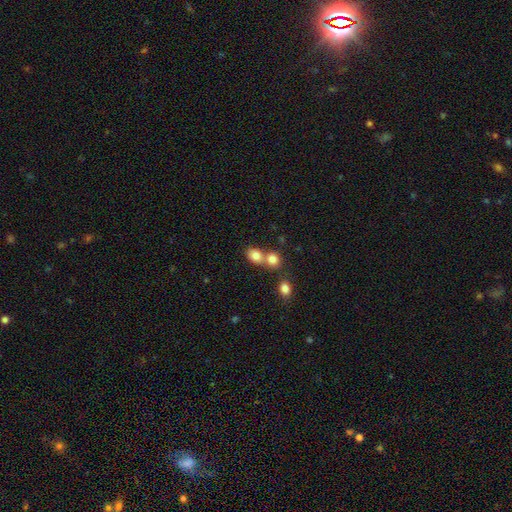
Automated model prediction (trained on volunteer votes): smooth_or_featured: smooth (p=0.81) [alt: star or artifact p=0.11]
how_rounded: in between (p=0.52) [alt: round p=0.47]
merging: merger (p=0.51) [alt: none p=0.38]